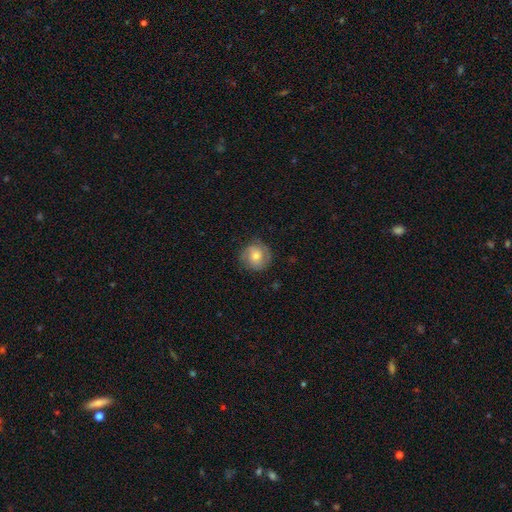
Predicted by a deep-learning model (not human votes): Q: Smooth or featured?
A: smooth (47%); runner-up: featured or disk (45%)
Q: Merging?
A: none (78%); runner-up: minor disturbance (16%)